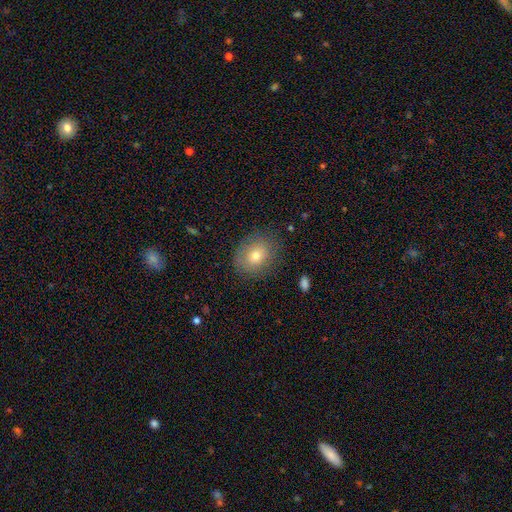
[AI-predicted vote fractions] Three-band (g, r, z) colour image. It shows a smooth galaxy with no disk features (74%) that is round (50%). Merging: none (81%).